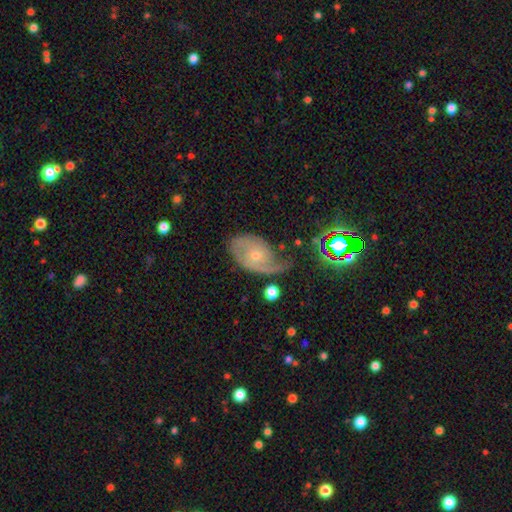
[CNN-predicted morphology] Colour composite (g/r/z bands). It shows a featured or disk galaxy (72%) with no bar (75%), 2 (48%) medium (39%) spiral arms (89%) and a small central bulge (61%). Merging: none (43%).